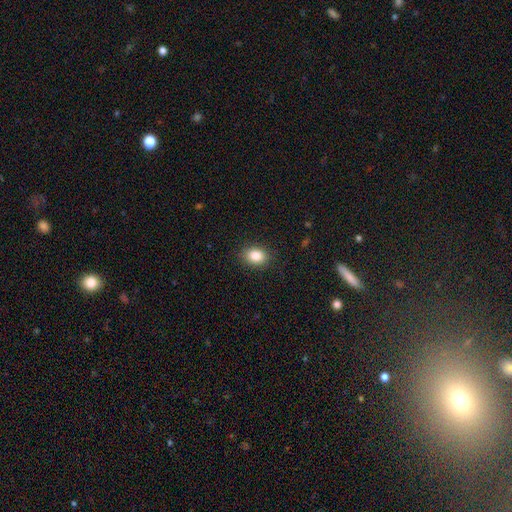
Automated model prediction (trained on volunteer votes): A smooth galaxy with no disk features (86%) that is in between round and cigar-shaped (73%).

Vote fractions:
- Smooth or featured? smooth: 86% / star or artifact: 9% / featured or disk: 5%
- How rounded? in between: 73% / round: 26% / cigar-shaped: 1%
- Merging? none: 87% / minor disturbance: 9% / major disturbance: 3% / merger: 1%